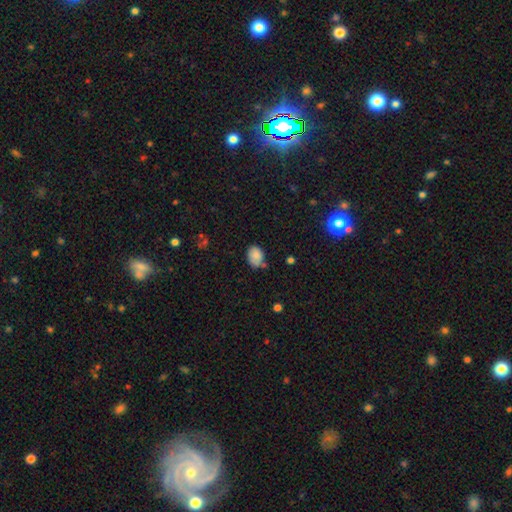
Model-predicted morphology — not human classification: The model was most divided on "merging": none: 58%, minor disturbance: 28%, merger: 9%, major disturbance: 5%. More confident: smooth or featured — smooth (82%); how rounded — in between (70%).